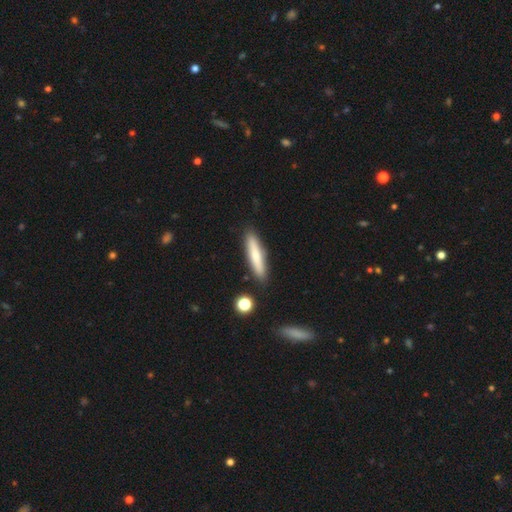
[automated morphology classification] Smooth or featured?
  - smooth: 71% *
  - featured or disk: 23%
  - star or artifact: 6%
How rounded?
  - cigar-shaped: 87% *
  - in between: 12%
  - round: 1%
Merging?
  - none: 87% *
  - minor disturbance: 9%
  - merger: 3%
  - major disturbance: 2%